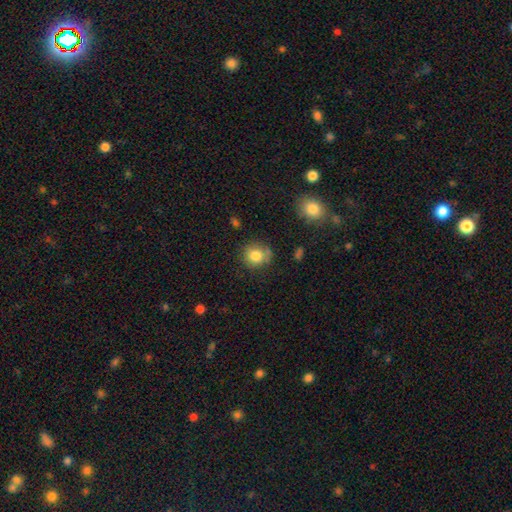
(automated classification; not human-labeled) A smooth galaxy with no disk features (81%) that is round (85%).

Vote fractions:
- Smooth or featured? smooth: 81% / star or artifact: 10% / featured or disk: 9%
- How rounded? round: 85% / in between: 14% / cigar-shaped: 1%
- Merging? none: 71% / minor disturbance: 19% / major disturbance: 5% / merger: 5%